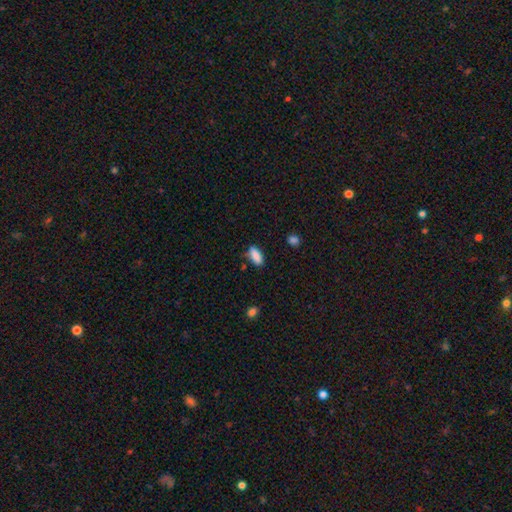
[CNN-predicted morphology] The model was most divided on "merging": none: 78%, minor disturbance: 16%, major disturbance: 3%, merger: 2%. More confident: smooth or featured — smooth (88%); how rounded — in between (80%).